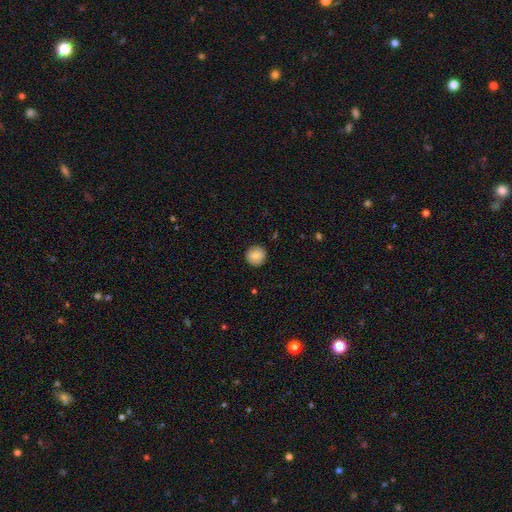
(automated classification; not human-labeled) Q: Smooth or featured?
A: smooth (78%); runner-up: featured or disk (14%)
Q: How rounded?
A: round (92%); runner-up: in between (7%)
Q: Merging?
A: none (88%); runner-up: minor disturbance (9%)